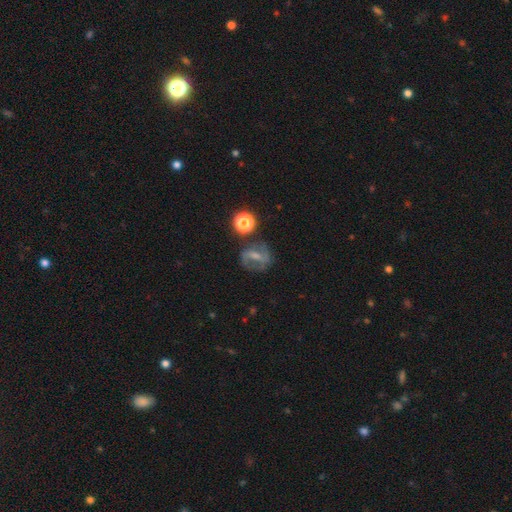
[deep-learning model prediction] smooth_or_featured: featured or disk (p=0.61) [alt: smooth p=0.27]
disk_edge_on: no (p=0.95) [alt: yes p=0.05]
bar: strong (p=0.41) [alt: weak p=0.40]
has_spiral_arms: yes (p=0.77) [alt: no p=0.23]
bulge_size: small (p=0.42) [alt: moderate p=0.35]
merging: none (p=0.65) [alt: minor disturbance p=0.18]